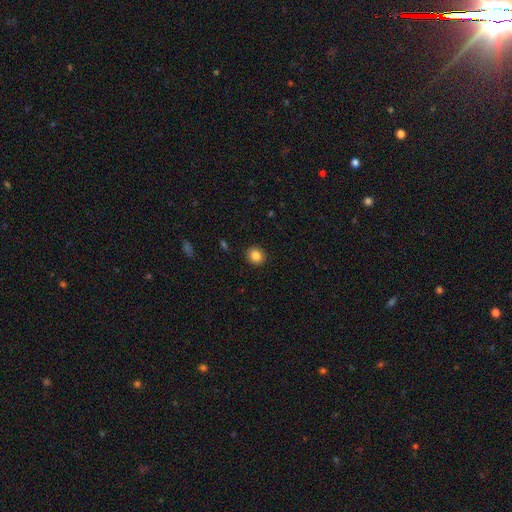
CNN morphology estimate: smooth-or-featured: smooth: 85% | star or artifact: 10% | featured or disk: 5%
  how-rounded: round: 85% | in between: 14% | cigar-shaped: 1%
  merging: none: 91% | minor disturbance: 6% | major disturbance: 2% | merger: 1%